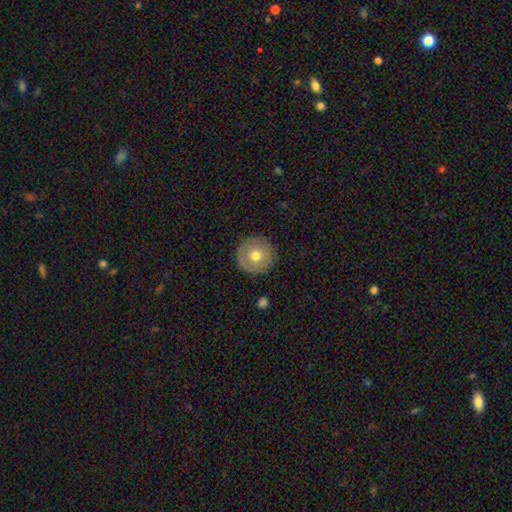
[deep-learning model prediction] Morphology: type=smooth (63%); roundness=round (96%); merging=none (89%).